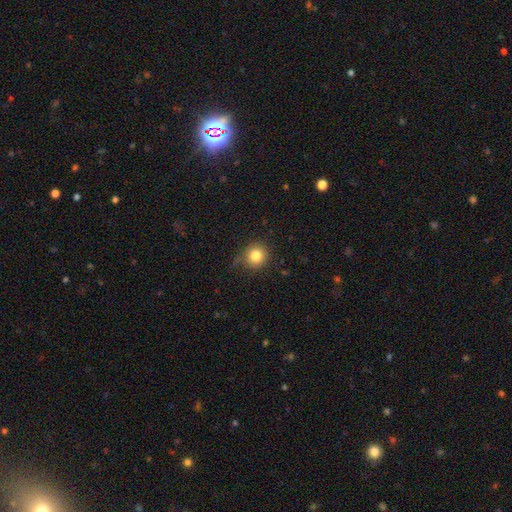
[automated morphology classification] A smooth galaxy with no disk features (82%) that is round (91%).

Vote fractions:
- Smooth or featured? smooth: 82% / star or artifact: 11% / featured or disk: 7%
- How rounded? round: 91% / in between: 8% / cigar-shaped: 1%
- Merging? none: 77% / minor disturbance: 17% / major disturbance: 5% / merger: 1%